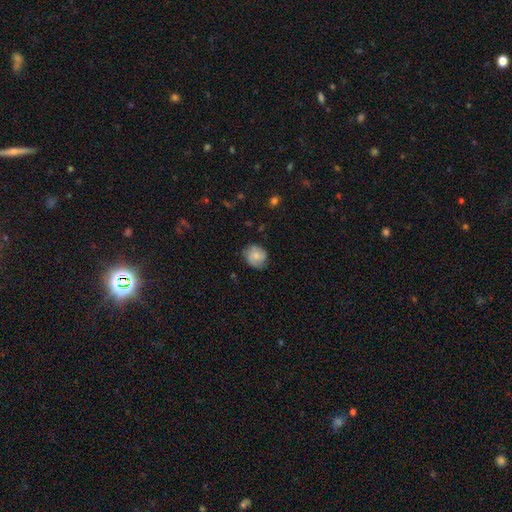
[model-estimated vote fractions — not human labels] A smooth galaxy with no disk features (59%) that is round (79%). Merging: none (72%).